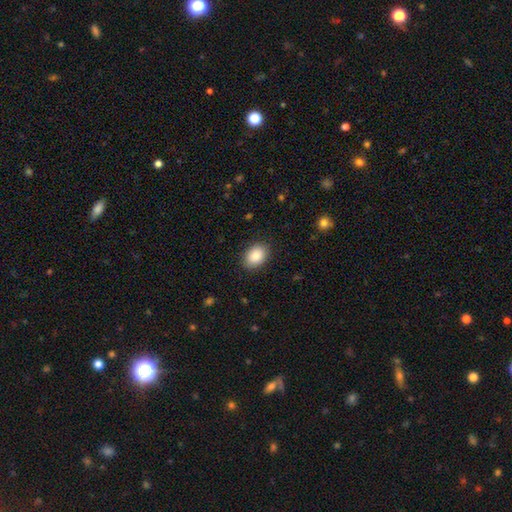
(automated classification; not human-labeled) Morphology: type=smooth (88%); roundness=in between (74%); merging=none (88%).